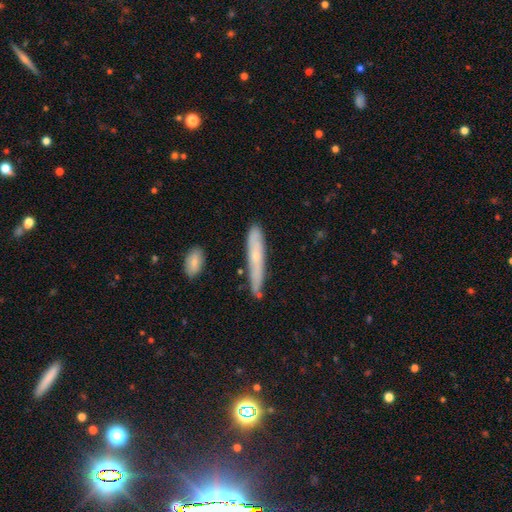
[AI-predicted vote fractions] Morphology: type=smooth (54%); roundness=cigar-shaped (92%); merging=none (74%).